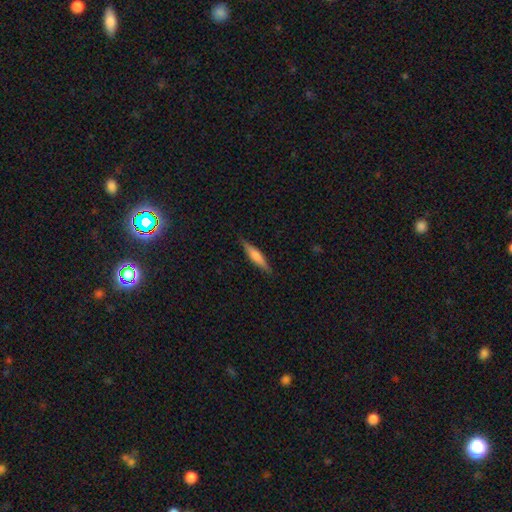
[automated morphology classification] The model was most divided on "smooth or featured": smooth: 54%, featured or disk: 40%, star or artifact: 6%. More confident: merging — none (88%); how rounded — cigar-shaped (86%).